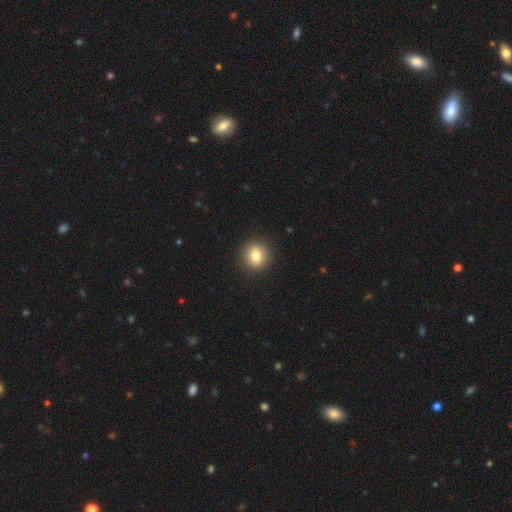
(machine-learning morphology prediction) Q: Smooth or featured?
A: smooth (81%); runner-up: star or artifact (10%)
Q: How rounded?
A: round (86%); runner-up: in between (13%)
Q: Merging?
A: none (91%); runner-up: minor disturbance (6%)